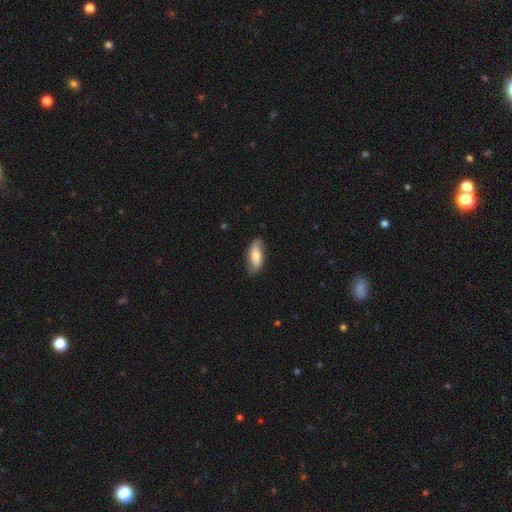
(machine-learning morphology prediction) This appears to be a smooth galaxy with no disk features (57%) that is in between round and cigar-shaped (78%). Merging: none (80%).